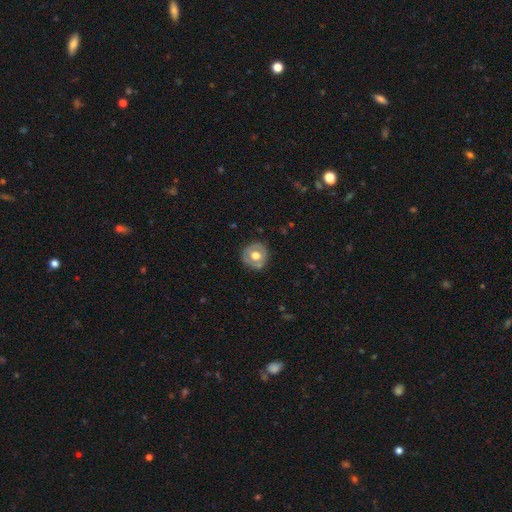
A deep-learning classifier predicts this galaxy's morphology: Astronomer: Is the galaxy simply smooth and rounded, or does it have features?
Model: smooth — 48% (runner-up: featured or disk, 46%).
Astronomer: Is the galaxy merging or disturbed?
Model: none — 79%.